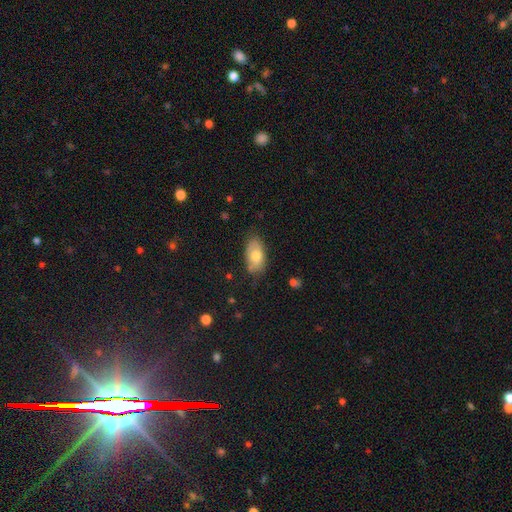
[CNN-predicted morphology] smooth-or-featured: smooth: 72% | featured or disk: 21% | star or artifact: 7%
  how-rounded: in between: 93% | round: 4% | cigar-shaped: 3%
  merging: none: 73% | minor disturbance: 21% | major disturbance: 4% | merger: 2%